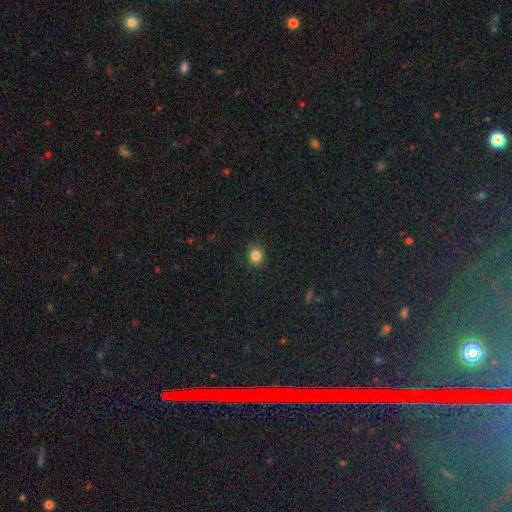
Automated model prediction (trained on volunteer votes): A smooth galaxy with no disk features (84%) that is round (74%).

Vote fractions:
- Smooth or featured? smooth: 84% / star or artifact: 11% / featured or disk: 4%
- How rounded? round: 74% / in between: 25% / cigar-shaped: 1%
- Merging? none: 88% / minor disturbance: 9% / major disturbance: 2% / merger: 1%